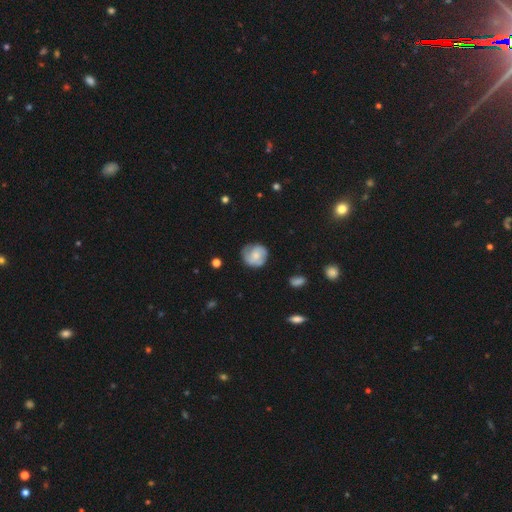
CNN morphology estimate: Smooth or featured: smooth — 56% (featured or disk — 36%)
How rounded: round — 84% (in between — 15%)
Merging: none — 68% (minor disturbance — 24%)